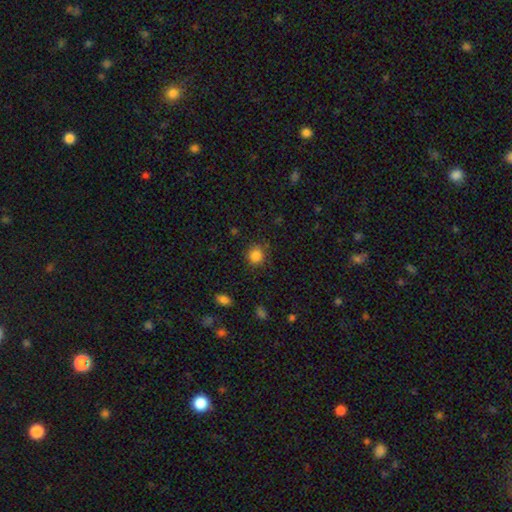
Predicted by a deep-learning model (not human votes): smooth-or-featured: smooth: 84% | star or artifact: 11% | featured or disk: 4%
  how-rounded: round: 86% | in between: 13% | cigar-shaped: 1%
  merging: none: 81% | minor disturbance: 13% | major disturbance: 4% | merger: 2%